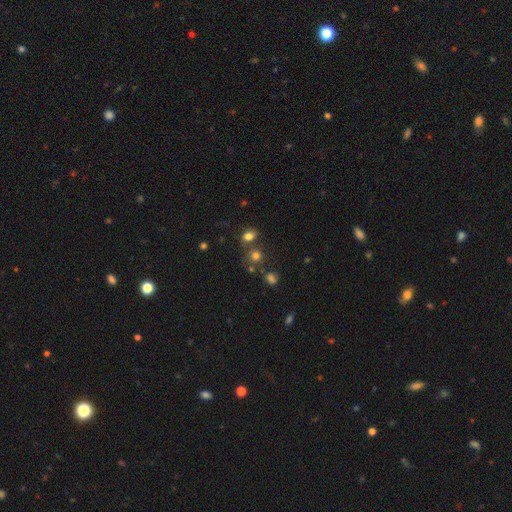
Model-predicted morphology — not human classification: type=smooth (68%); roundness=round (78%); merging=none (62%).